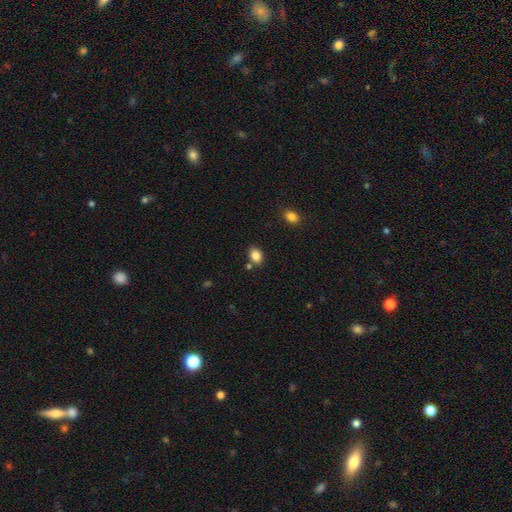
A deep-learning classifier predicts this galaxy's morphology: Smooth or featured?
  - smooth: 86% *
  - star or artifact: 10%
  - featured or disk: 5%
How rounded?
  - in between: 68% *
  - round: 31%
  - cigar-shaped: 1%
Merging?
  - none: 78% *
  - minor disturbance: 11%
  - merger: 8%
  - major disturbance: 3%